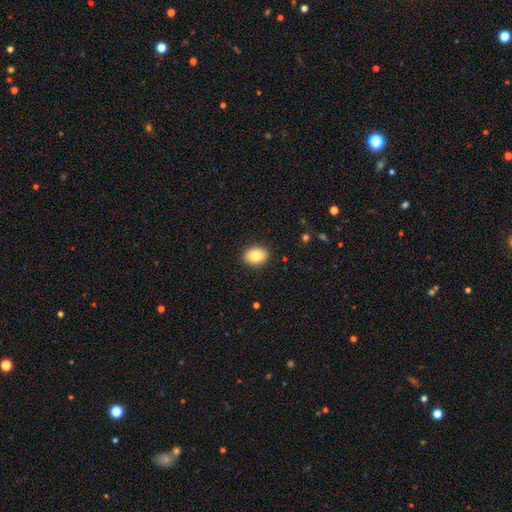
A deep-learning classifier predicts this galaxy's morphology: smooth-or-featured: smooth: 82% | featured or disk: 10% | star or artifact: 8%
  how-rounded: in between: 73% | round: 26% | cigar-shaped: 1%
  merging: none: 90% | minor disturbance: 8% | major disturbance: 2% | merger: 1%